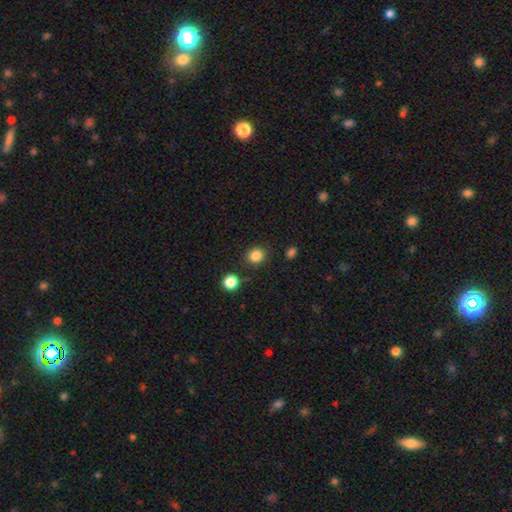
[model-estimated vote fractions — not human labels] A smooth galaxy with no disk features (84%) that is round (81%). Merging: none (86%).